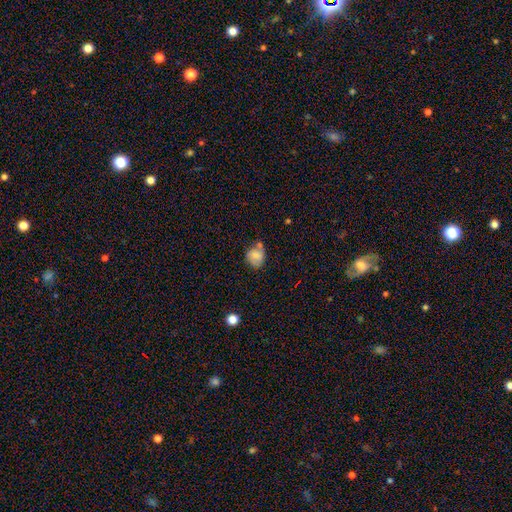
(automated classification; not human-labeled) Morphology: type=smooth (69%); roundness=round (58%); merging=none (48%).